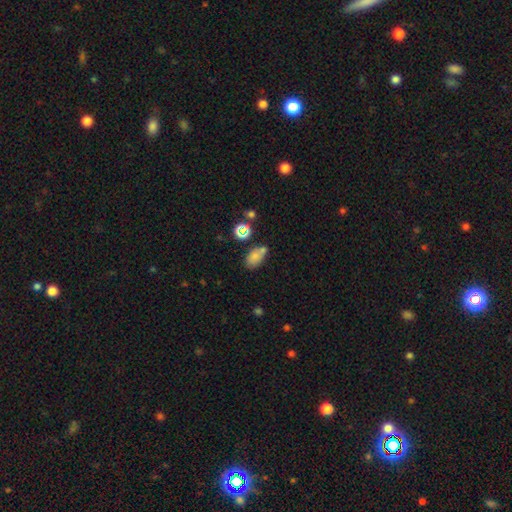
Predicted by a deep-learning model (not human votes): A smooth galaxy with no disk features (73%) that is in between round and cigar-shaped (85%).

Vote fractions:
- Smooth or featured? smooth: 73% / star or artifact: 16% / featured or disk: 12%
- How rounded? in between: 85% / round: 12% / cigar-shaped: 3%
- Merging? none: 49% / merger: 25% / minor disturbance: 19% / major disturbance: 7%